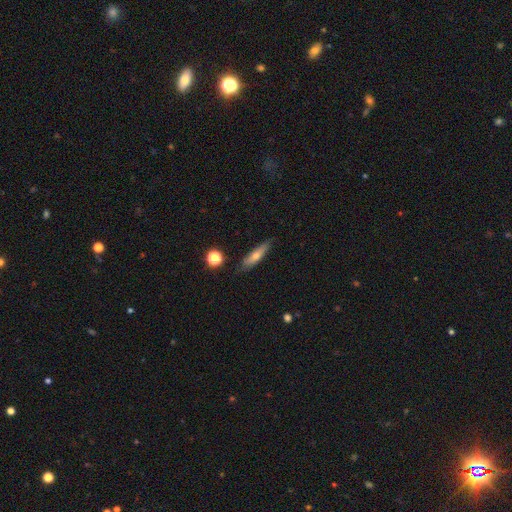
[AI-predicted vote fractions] A smooth galaxy with no disk features (57%) that is cigar-shaped (70%).

Vote fractions:
- Smooth or featured? smooth: 57% / featured or disk: 35% / star or artifact: 8%
- How rounded? cigar-shaped: 70% / in between: 28% / round: 3%
- Merging? none: 81% / minor disturbance: 14% / major disturbance: 3% / merger: 2%